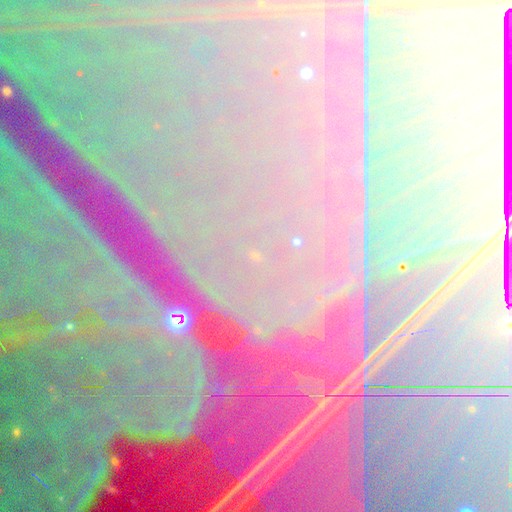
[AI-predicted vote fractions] A star or artifact, not a galaxy (86%).